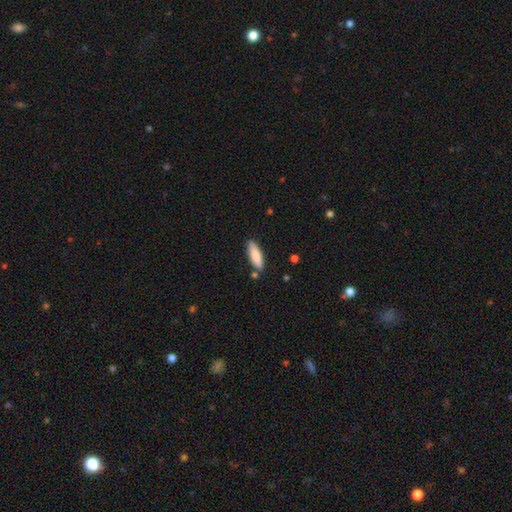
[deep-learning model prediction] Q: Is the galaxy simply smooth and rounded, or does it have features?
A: smooth — 85%.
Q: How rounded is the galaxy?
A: in between — 50%.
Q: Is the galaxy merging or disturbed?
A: none — 83%.